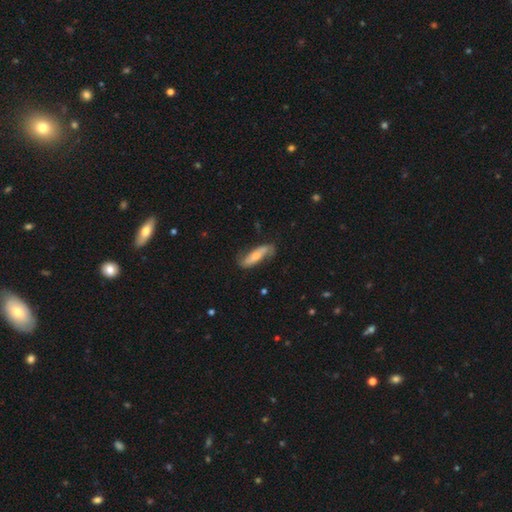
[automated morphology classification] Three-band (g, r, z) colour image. It shows a featured or disk galaxy (57%). Merging: none (72%).